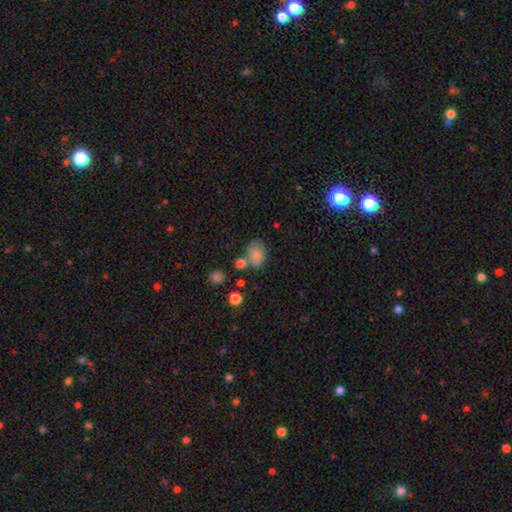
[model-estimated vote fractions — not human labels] Overall: smooth (77%). How rounded: in between (68%; round 31%). Merging: none (46%; merger 24%).